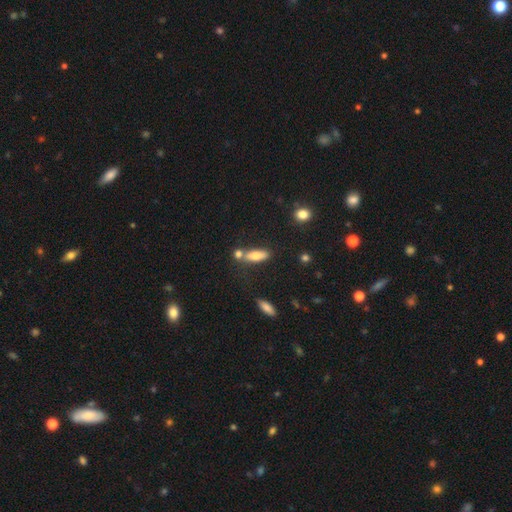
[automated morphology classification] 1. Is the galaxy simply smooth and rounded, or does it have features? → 75% smooth, 17% featured or disk, 8% star or artifact.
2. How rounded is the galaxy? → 57% in between, 39% cigar-shaped, 3% round.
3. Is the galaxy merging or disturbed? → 60% none, 22% merger, 13% minor disturbance, 4% major disturbance.